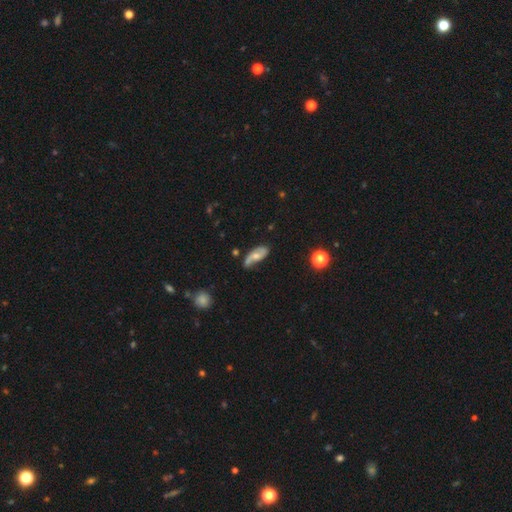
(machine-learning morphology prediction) featured or disk 60%, smooth 33%, star or artifact 7%. Down the decision tree: edge-on disk — no (90%); bar — no (60%); spiral arms — yes (84%); bulge size — moderate (52%); merging — none (54%).